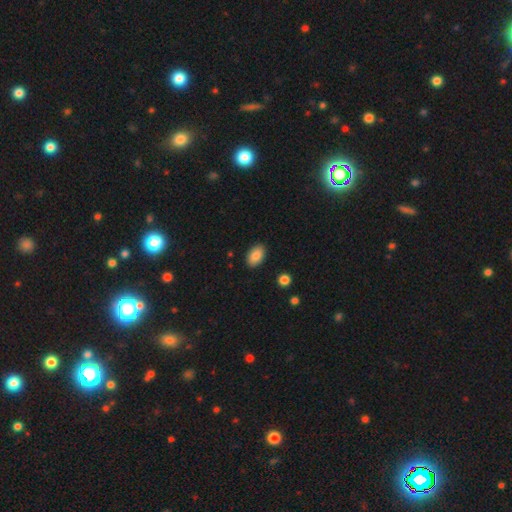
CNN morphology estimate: Overall: smooth (86%). How rounded: in between (91%). Merging: none (89%).